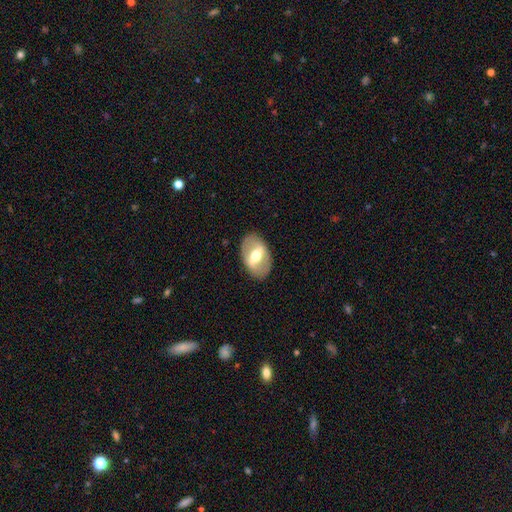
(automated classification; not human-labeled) Overall: featured or disk (58%; smooth 36%). Edge-on disk: no (85%). Merging: none (86%).